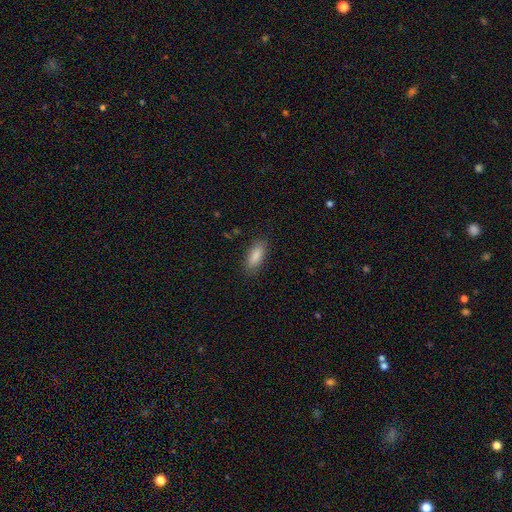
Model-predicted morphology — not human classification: A smooth galaxy with no disk features (88%) that is in between round and cigar-shaped (78%). Merging: none (86%).